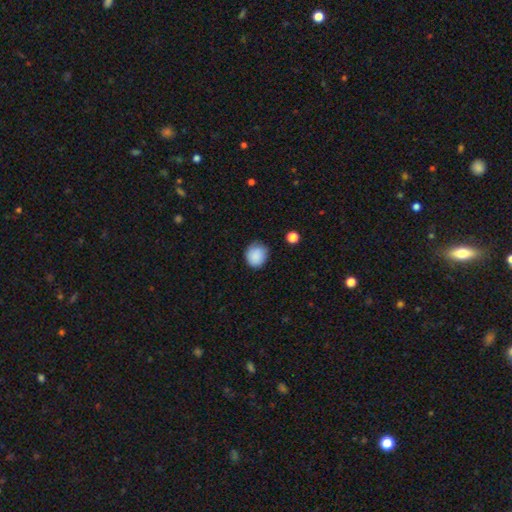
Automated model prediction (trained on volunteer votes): Morphology: type=smooth (88%); roundness=round (76%); merging=none (73%).